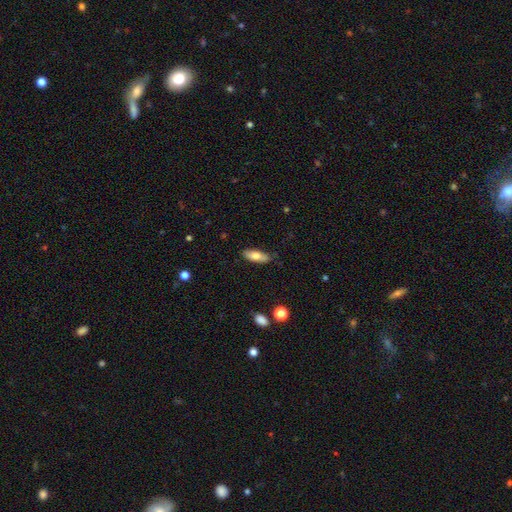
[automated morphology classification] A smooth galaxy with no disk features (74%) that is in between round and cigar-shaped (67%).

Vote fractions:
- Smooth or featured? smooth: 74% / featured or disk: 20% / star or artifact: 7%
- How rounded? in between: 67% / cigar-shaped: 30% / round: 2%
- Merging? none: 81% / minor disturbance: 15% / major disturbance: 3% / merger: 1%